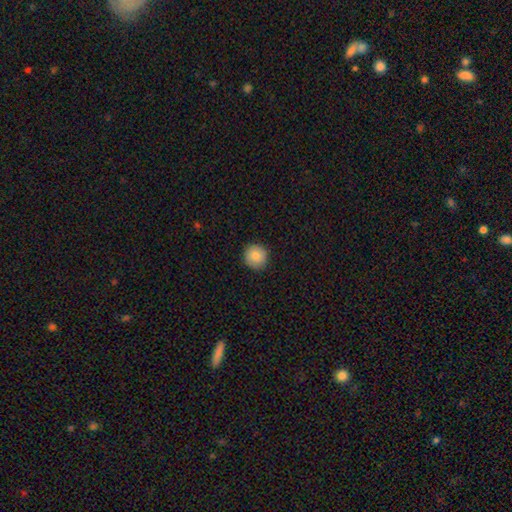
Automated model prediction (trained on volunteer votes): Smooth or featured: smooth — 85% (star or artifact — 8%)
How rounded: round — 94% (in between — 5%)
Merging: none — 91% (minor disturbance — 6%)